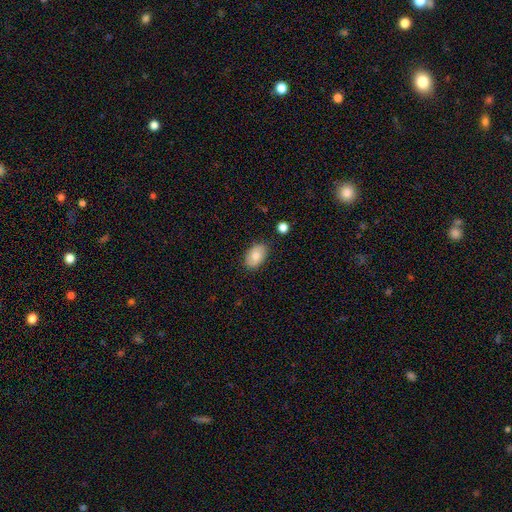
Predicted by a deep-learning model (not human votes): Q: Smooth or featured?
A: smooth (78%); runner-up: featured or disk (14%)
Q: How rounded?
A: in between (89%); runner-up: round (9%)
Q: Merging?
A: none (82%); runner-up: minor disturbance (13%)